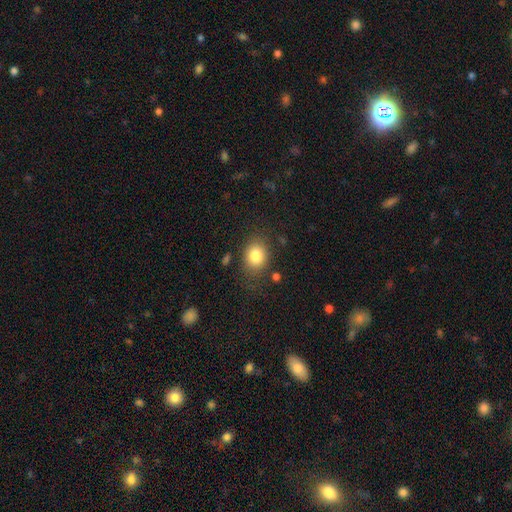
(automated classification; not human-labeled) Smooth or featured: smooth — 82% (star or artifact — 10%)
How rounded: in between — 50% (round — 49%)
Merging: none — 78% (minor disturbance — 14%)